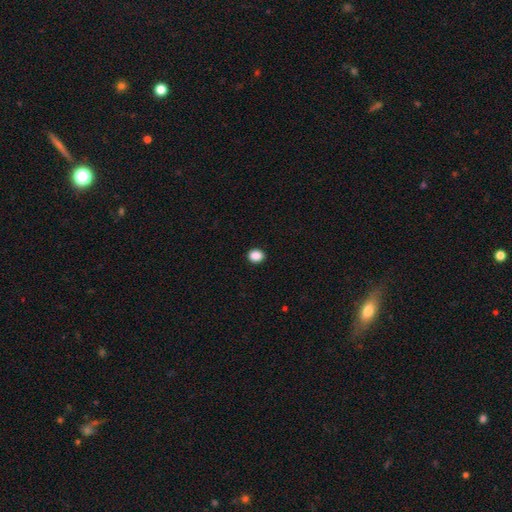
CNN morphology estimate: smooth_or_featured: smooth (p=0.89) [alt: star or artifact p=0.09]
how_rounded: round (p=0.62) [alt: in between p=0.37]
merging: none (p=0.92) [alt: minor disturbance p=0.05]